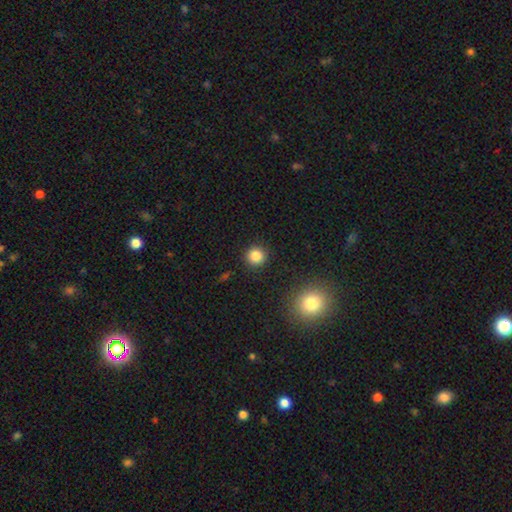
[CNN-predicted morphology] A smooth galaxy with no disk features (83%) that is round (93%).

Vote fractions:
- Smooth or featured? smooth: 83% / star or artifact: 12% / featured or disk: 5%
- How rounded? round: 93% / in between: 6% / cigar-shaped: 1%
- Merging? none: 91% / minor disturbance: 5% / major disturbance: 2% / merger: 1%